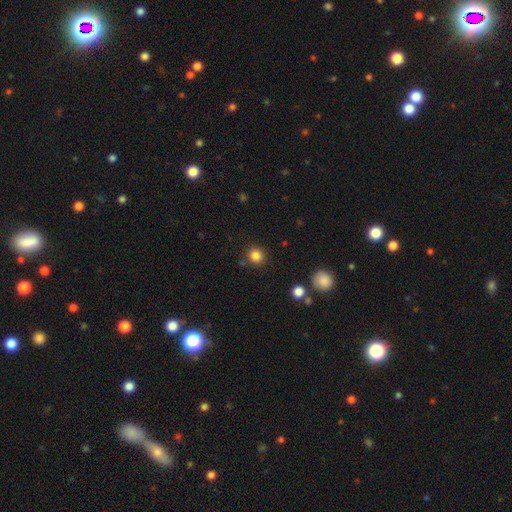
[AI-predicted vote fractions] This appears to be a smooth galaxy with no disk features (84%) that is round (90%). Merging: none (86%).